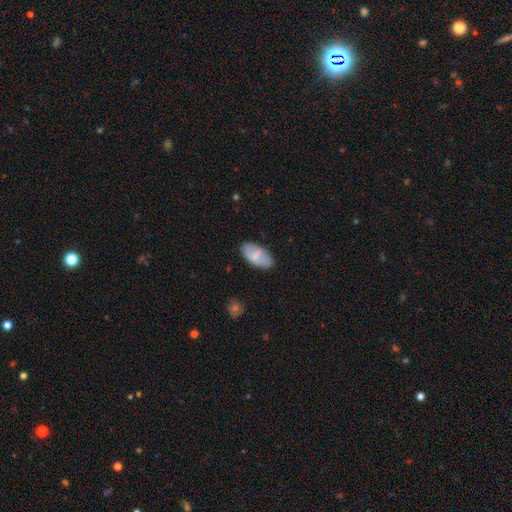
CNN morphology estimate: The model was most divided on "smooth or featured": smooth: 69%, featured or disk: 24%, star or artifact: 6%. More confident: how rounded — in between (94%); merging — none (78%).